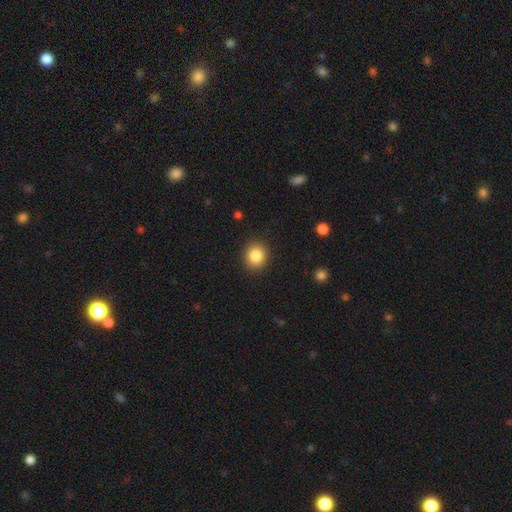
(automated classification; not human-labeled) A smooth galaxy with no disk features (85%) that is round (81%).

Vote fractions:
- Smooth or featured? smooth: 85% / star or artifact: 10% / featured or disk: 5%
- How rounded? round: 81% / in between: 18% / cigar-shaped: 1%
- Merging? none: 90% / minor disturbance: 7% / major disturbance: 2% / merger: 1%